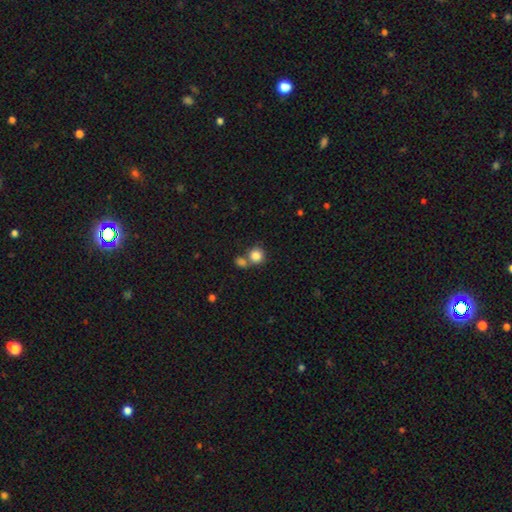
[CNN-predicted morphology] This appears to be a smooth galaxy with no disk features (84%) that is round (87%). Merging: none (55%).